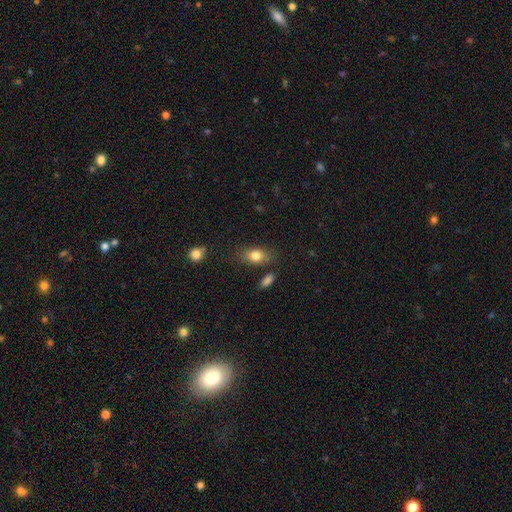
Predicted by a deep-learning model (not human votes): Overall: smooth (82%). How rounded: in between (80%). Merging: none (74%).